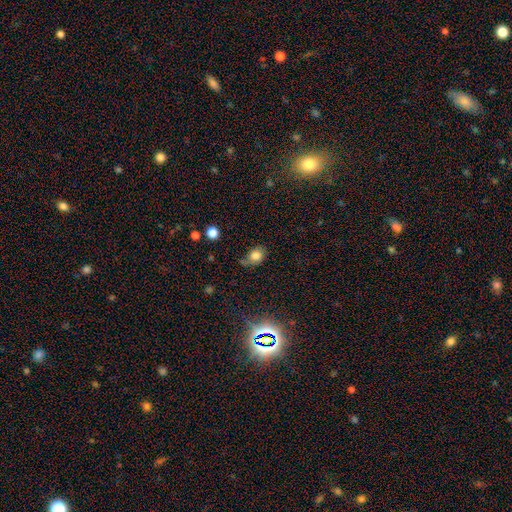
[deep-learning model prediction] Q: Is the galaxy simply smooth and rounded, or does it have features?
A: smooth — 77%.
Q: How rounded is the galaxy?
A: round — 53%.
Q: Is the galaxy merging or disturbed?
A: none — 54%.